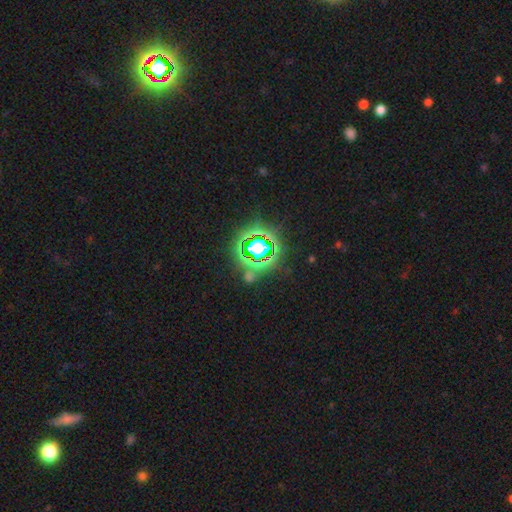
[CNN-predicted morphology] smooth-or-featured: star or artifact: 81% | smooth: 12% | featured or disk: 7%